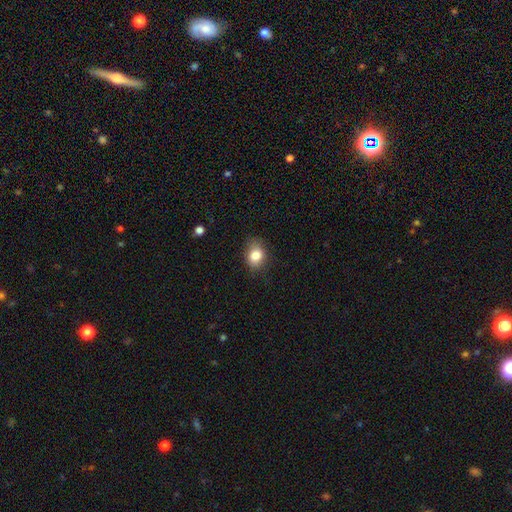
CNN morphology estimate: smooth_or_featured: smooth (p=0.82) [alt: star or artifact p=0.10]
how_rounded: in between (p=0.60) [alt: round p=0.39]
merging: none (p=0.76) [alt: minor disturbance p=0.19]